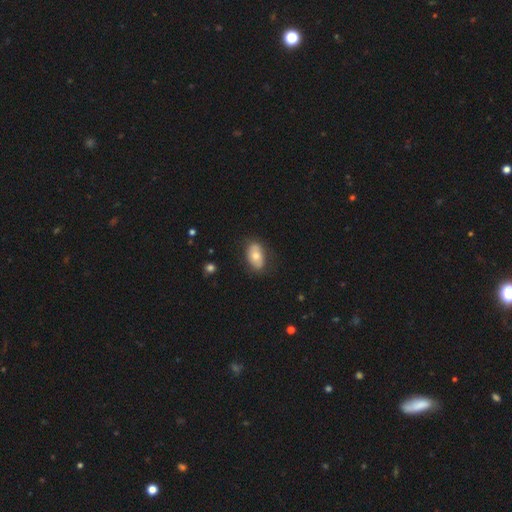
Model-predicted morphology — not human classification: smooth 66%, featured or disk 28%, star or artifact 7%. Down the decision tree: how rounded — in between (90%); merging — none (78%).